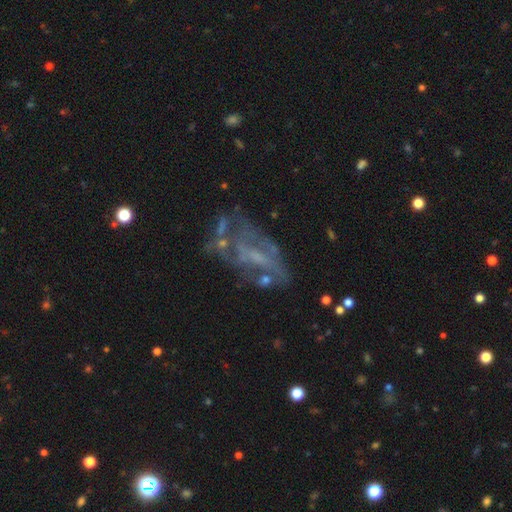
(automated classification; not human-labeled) This is likely a featured or disk galaxy (69%). It is clearly not viewed edge-on (92%). Bar: possibly no (52%). Spiral arm pattern: possibly no (54%). Central bulge: marginally none (45%). Merging: marginally none (44%).